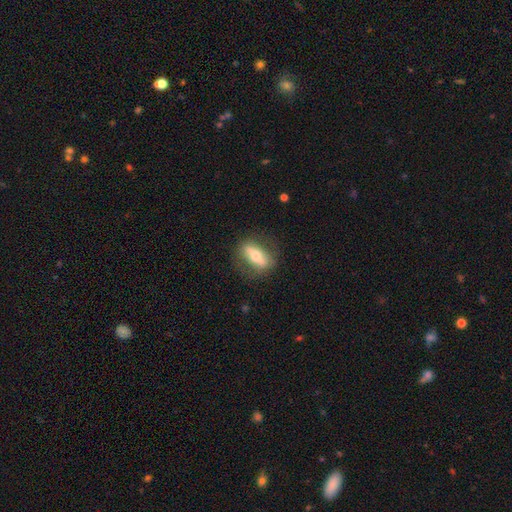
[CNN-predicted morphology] Smooth or featured? Predicted: featured or disk (p=0.50). Edge-on disk? Predicted: no (p=0.51). Merging? Predicted: none (p=0.79).